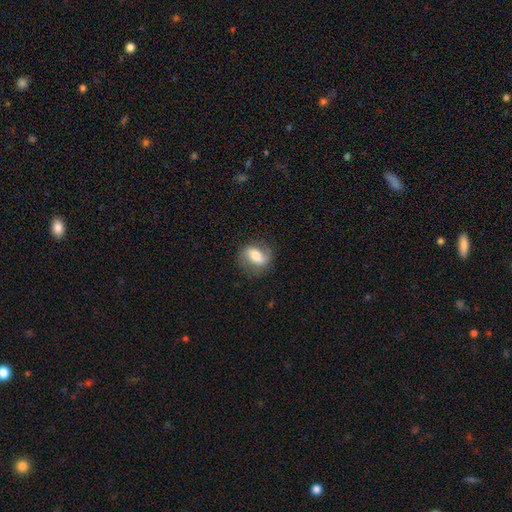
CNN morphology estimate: A smooth galaxy with no disk features (48%). Merging: none (73%).